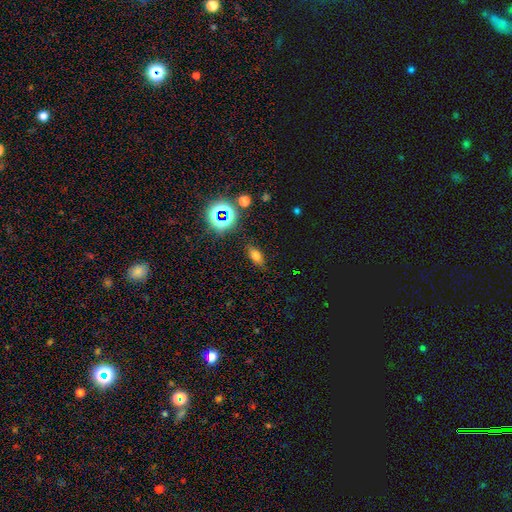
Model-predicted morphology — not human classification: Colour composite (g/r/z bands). It shows a smooth galaxy with no disk features (64%) that is in between round and cigar-shaped (72%). Merging: none (83%).